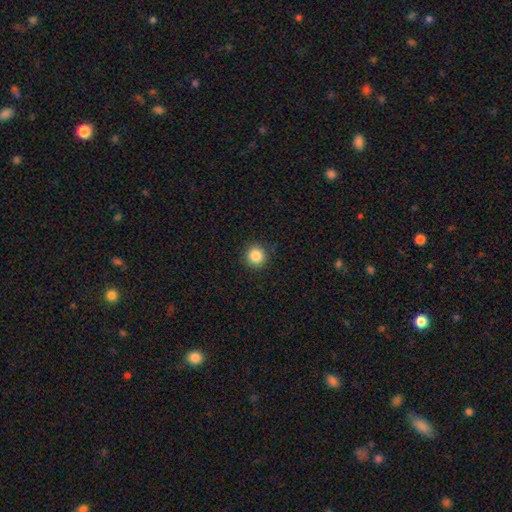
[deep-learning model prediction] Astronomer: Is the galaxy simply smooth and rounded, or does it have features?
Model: smooth — 86%.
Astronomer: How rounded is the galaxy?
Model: round — 94%.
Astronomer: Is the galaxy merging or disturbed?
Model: none — 90%.